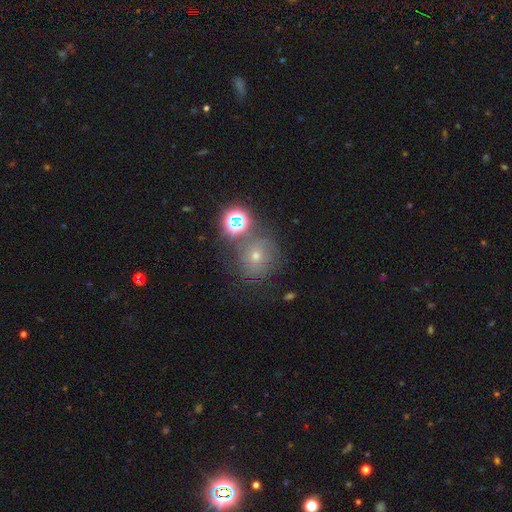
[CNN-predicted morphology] The model was most divided on "smooth or featured": smooth: 45%, star or artifact: 35%, featured or disk: 20%. More confident: merging — none (66%).